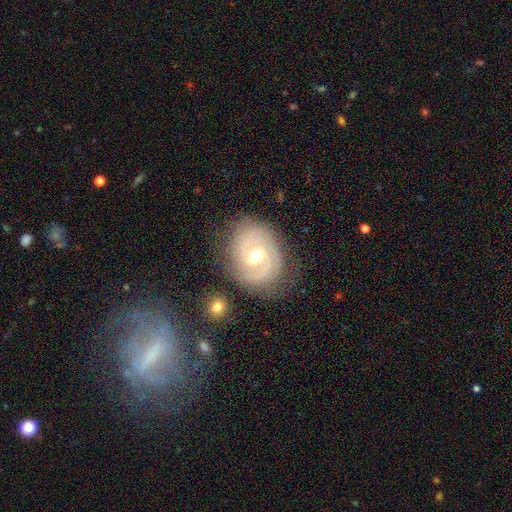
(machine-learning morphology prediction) Smooth or featured? featured or disk (87%)
Edge-on disk? no (97%)
Bar? no (47%)
Spiral arms? yes (94%)
Spiral winding? tight (63%)
Spiral arm count? 2 (76%)
Bulge size? moderate (77%)
Merging? none (79%)